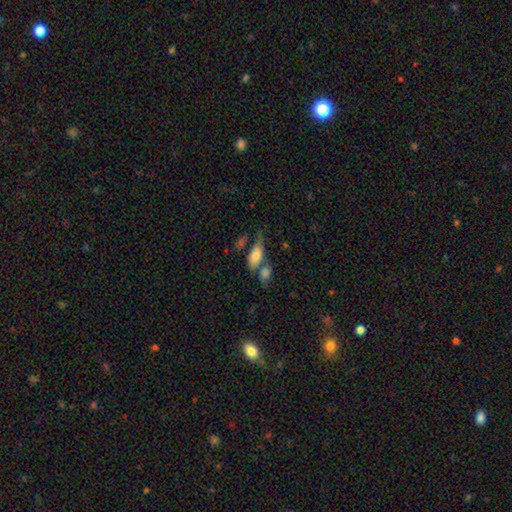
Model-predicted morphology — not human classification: smooth 72%, featured or disk 19%, star or artifact 8%. Down the decision tree: how rounded — in between (82%); merging — none (38%).